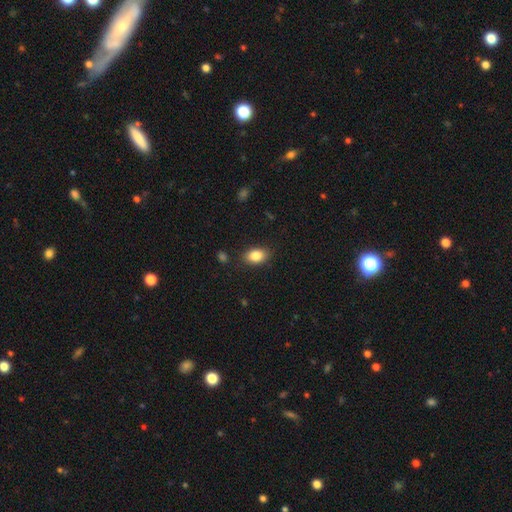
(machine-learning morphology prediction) smooth 85%, star or artifact 8%, featured or disk 7%. Down the decision tree: how rounded — in between (85%); merging — none (83%).